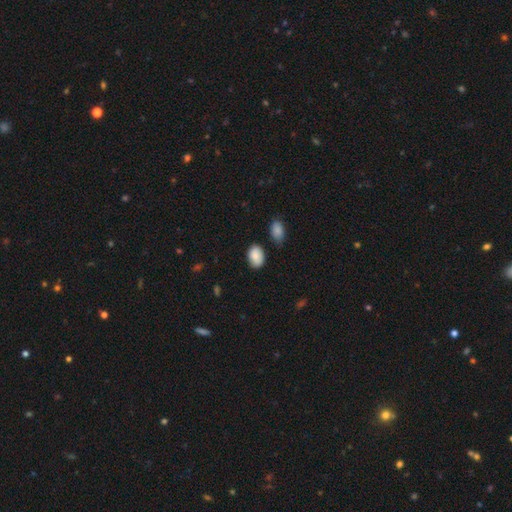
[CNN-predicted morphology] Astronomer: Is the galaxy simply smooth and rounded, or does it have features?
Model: smooth — 87%.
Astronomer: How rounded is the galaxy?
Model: in between — 87%.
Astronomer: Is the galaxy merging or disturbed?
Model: none — 77%.